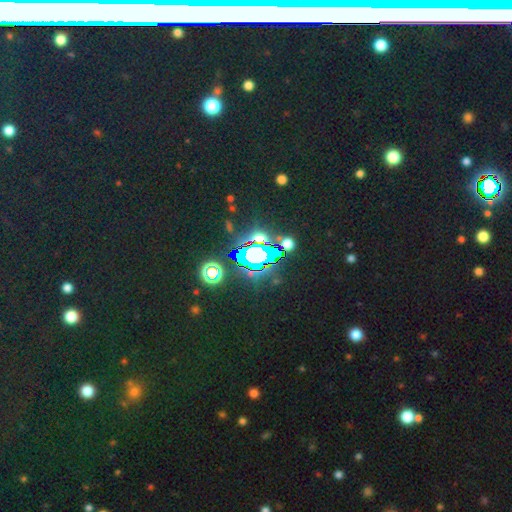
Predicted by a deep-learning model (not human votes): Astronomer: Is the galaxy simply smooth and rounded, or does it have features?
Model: star or artifact — 69%.